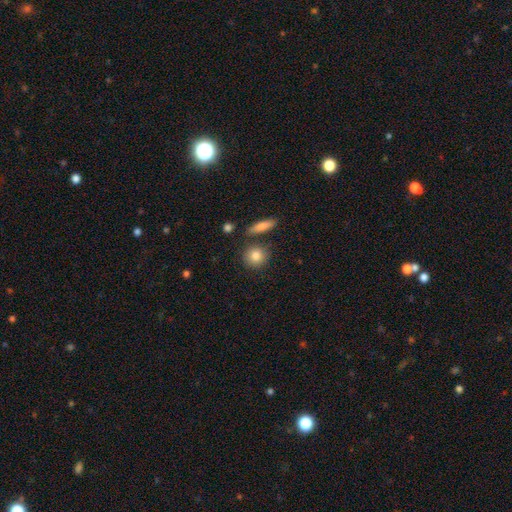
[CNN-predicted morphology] Smooth or featured? Predicted: smooth (p=0.83). How rounded? Predicted: round (p=0.80). Merging? Predicted: none (p=0.78).